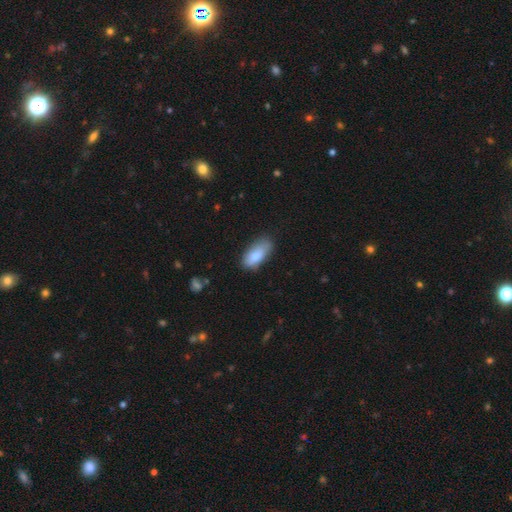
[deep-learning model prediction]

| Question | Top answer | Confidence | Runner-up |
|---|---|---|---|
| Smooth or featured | smooth | 84% | featured or disk (10%) |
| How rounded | in between | 87% | cigar-shaped (11%) |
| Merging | none | 63% | minor disturbance (28%) |